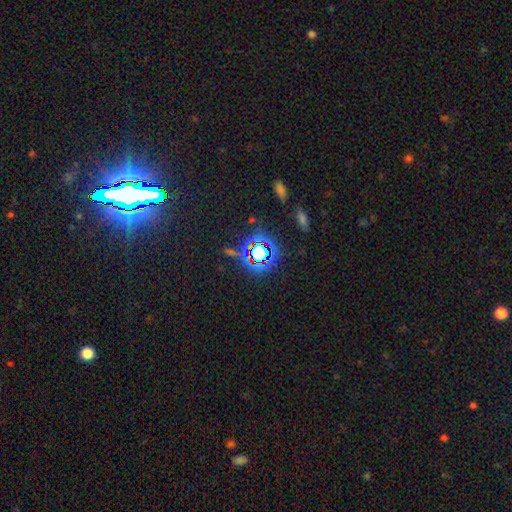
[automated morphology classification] The model was most divided on "smooth or featured": star or artifact: 82%, smooth: 10%, featured or disk: 8%.